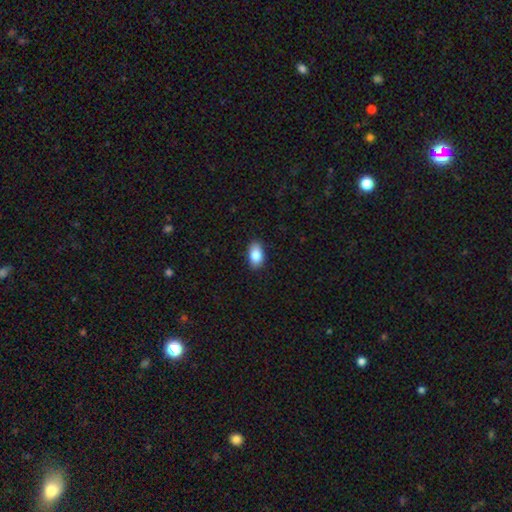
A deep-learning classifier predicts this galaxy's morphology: Smooth or featured: smooth — 85% (featured or disk — 7%)
How rounded: in between — 91% (round — 7%)
Merging: none — 87% (minor disturbance — 10%)